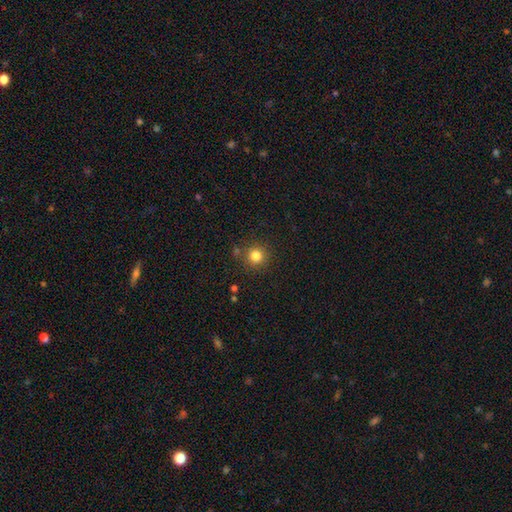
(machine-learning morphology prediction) The model was most divided on "smooth or featured": smooth: 82%, star or artifact: 13%, featured or disk: 5%. More confident: how rounded — round (93%); merging — none (84%).